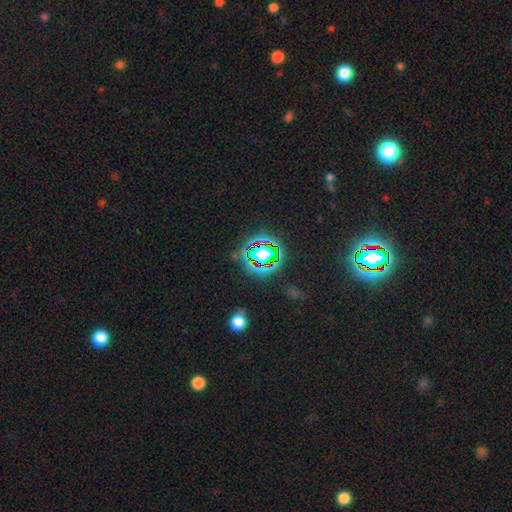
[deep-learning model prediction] A star or artifact, not a galaxy (81%).